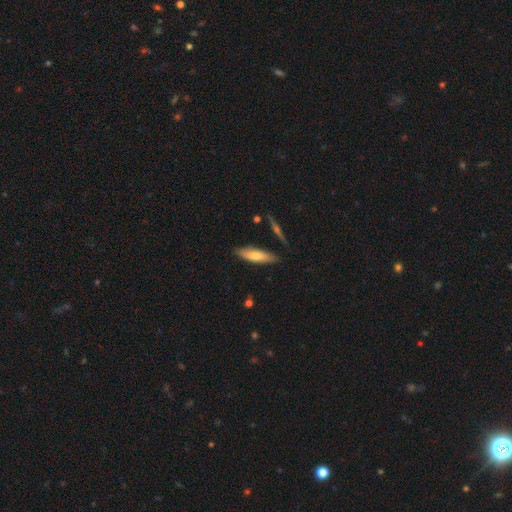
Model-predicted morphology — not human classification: Smooth or featured: smooth — 69% (featured or disk — 25%)
How rounded: cigar-shaped — 70% (in between — 29%)
Merging: none — 80% (minor disturbance — 14%)